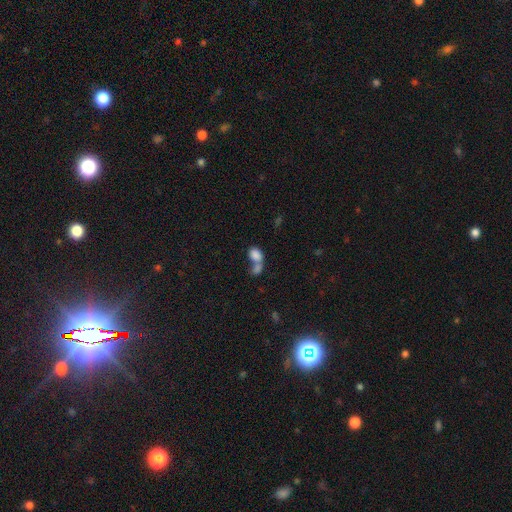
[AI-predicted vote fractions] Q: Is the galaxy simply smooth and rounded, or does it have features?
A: smooth — 82%.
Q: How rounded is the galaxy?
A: in between — 75%.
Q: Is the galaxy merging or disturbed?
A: merger — 67%.